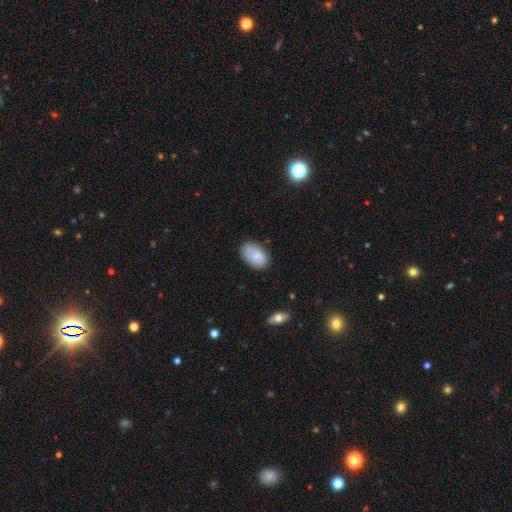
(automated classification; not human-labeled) Morphology: type=smooth (76%); roundness=in between (91%); merging=none (70%).